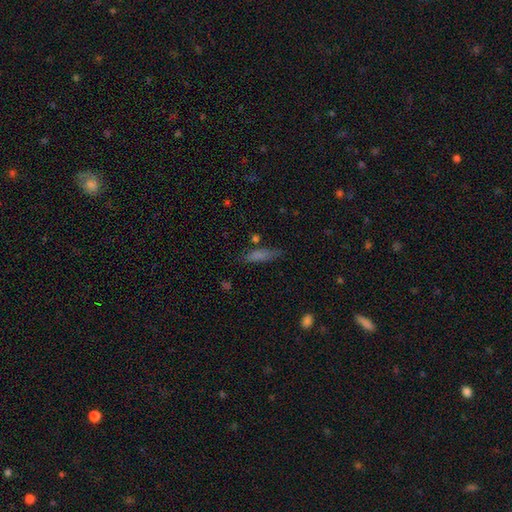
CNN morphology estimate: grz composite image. It shows a smooth galaxy with no disk features (62%) that is cigar-shaped (76%). Merging: none (77%).